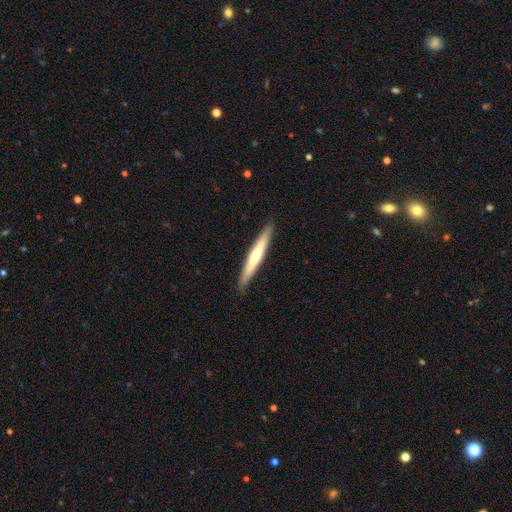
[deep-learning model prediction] Smooth or featured: featured or disk — 51% (smooth — 44%)
Edge-on disk: yes — 96% (no — 4%)
Merging: none — 91% (minor disturbance — 7%)